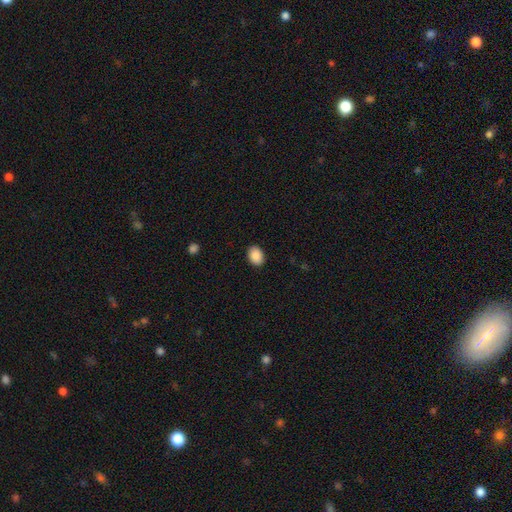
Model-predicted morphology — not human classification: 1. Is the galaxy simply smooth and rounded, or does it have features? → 90% smooth, 7% star or artifact, 3% featured or disk.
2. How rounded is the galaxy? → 76% in between, 23% round, 1% cigar-shaped.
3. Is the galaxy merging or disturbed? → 90% none, 7% minor disturbance, 2% major disturbance, 1% merger.